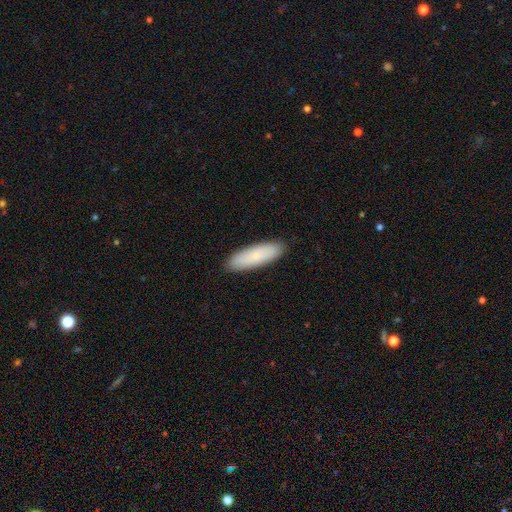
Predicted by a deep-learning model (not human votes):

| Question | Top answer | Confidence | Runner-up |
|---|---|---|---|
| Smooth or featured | smooth | 81% | featured or disk (13%) |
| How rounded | cigar-shaped | 51% | in between (47%) |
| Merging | none | 90% | minor disturbance (8%) |